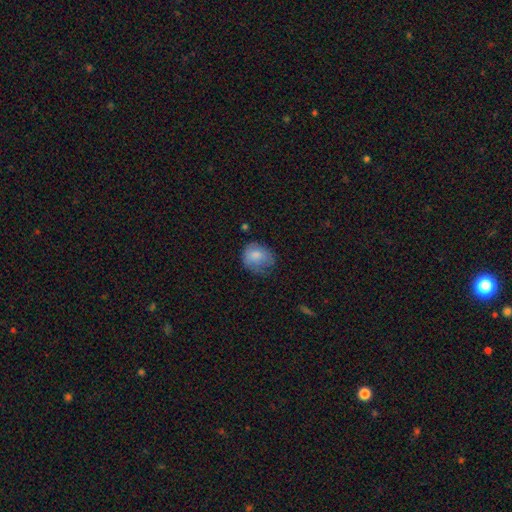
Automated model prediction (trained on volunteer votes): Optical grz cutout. It shows a smooth galaxy with no disk features (76%) that is round (54%). Merging: none (45%).